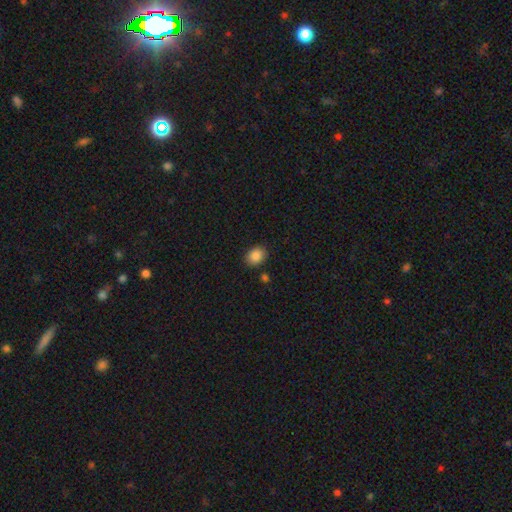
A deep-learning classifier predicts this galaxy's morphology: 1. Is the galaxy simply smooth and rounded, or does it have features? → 88% smooth, 9% star or artifact, 4% featured or disk.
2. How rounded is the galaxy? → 57% in between, 43% round, 1% cigar-shaped.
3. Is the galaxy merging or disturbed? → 84% none, 10% minor disturbance, 3% merger, 3% major disturbance.